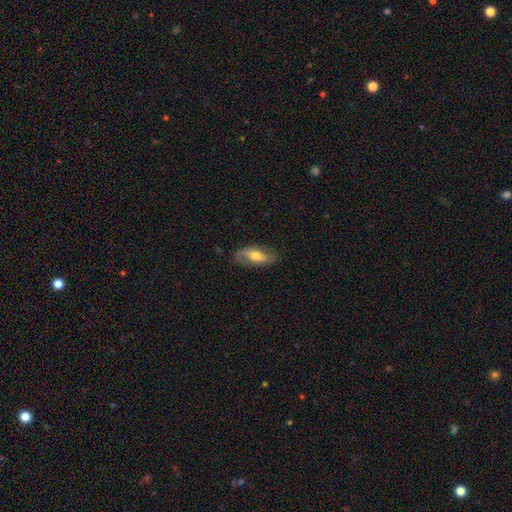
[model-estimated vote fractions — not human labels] This appears to be a featured or disk galaxy (47%, tied with smooth). Merging: none (72%).